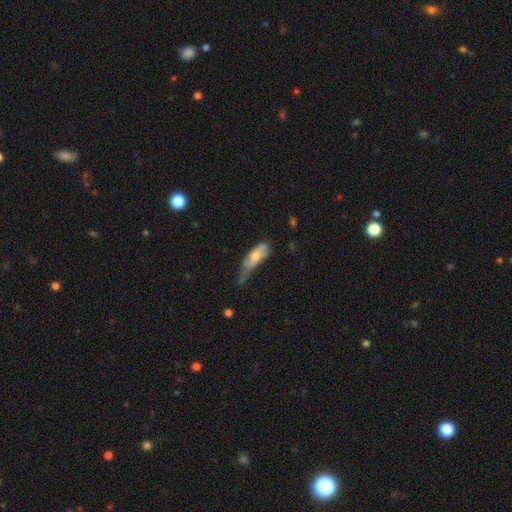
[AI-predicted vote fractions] smooth_or_featured: smooth (p=0.56) [alt: featured or disk p=0.37]
how_rounded: in between (p=0.54) [alt: cigar-shaped p=0.43]
merging: minor disturbance (p=0.41) [alt: none p=0.27]